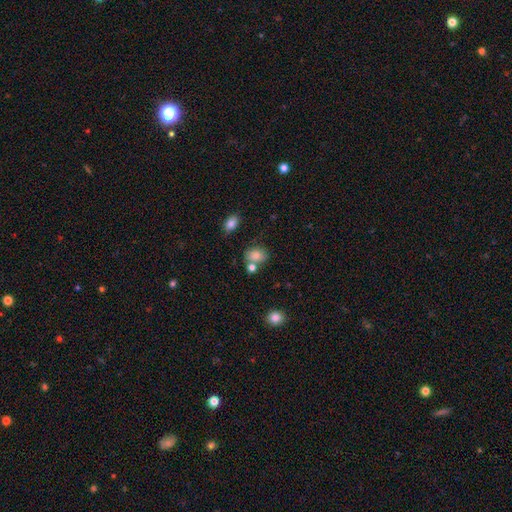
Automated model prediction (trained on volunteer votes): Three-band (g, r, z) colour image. It shows a smooth galaxy with no disk features (81%) that is in between round and cigar-shaped (56%). Merging: none (60%).